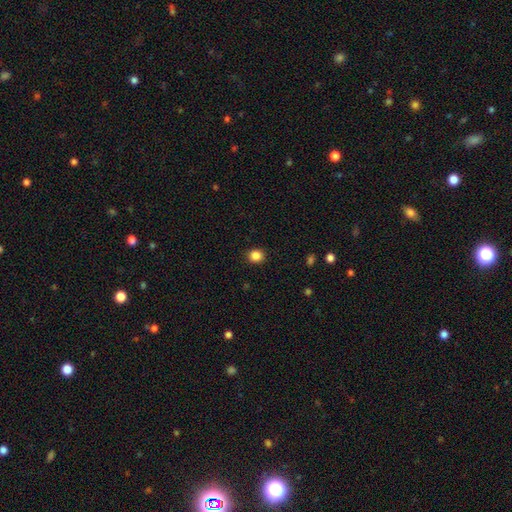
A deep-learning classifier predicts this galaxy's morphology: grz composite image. It shows a smooth galaxy with no disk features (86%) that is round (80%). Merging: none (91%).